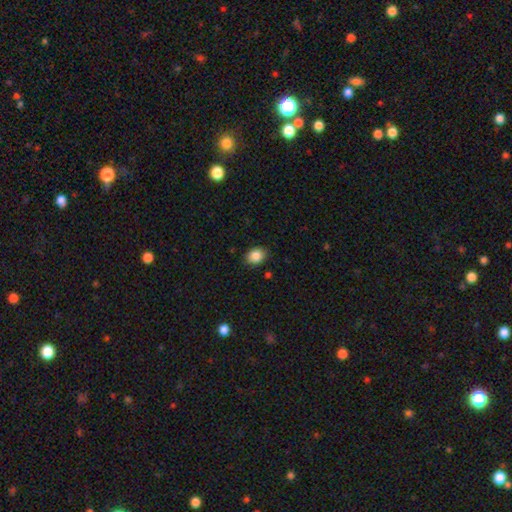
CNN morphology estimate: A smooth galaxy with no disk features (86%) that is in between round and cigar-shaped (56%).

Vote fractions:
- Smooth or featured? smooth: 86% / star or artifact: 9% / featured or disk: 5%
- How rounded? in between: 56% / round: 43% / cigar-shaped: 1%
- Merging? none: 86% / minor disturbance: 11% / major disturbance: 2% / merger: 1%